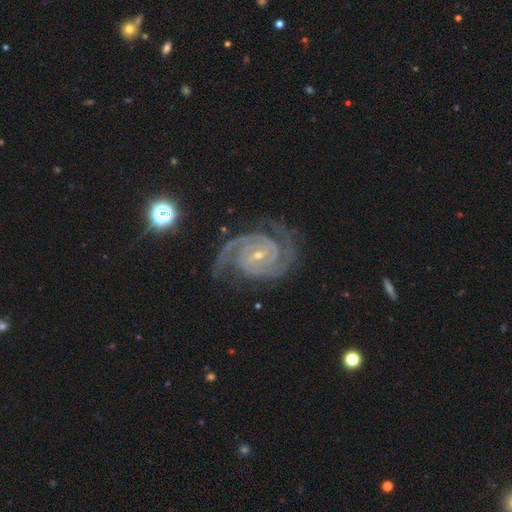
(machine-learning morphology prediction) Smooth or featured? featured or disk (92%)
Edge-on disk? no (98%)
Bar? no (59%)
Spiral arms? yes (99%)
Spiral winding? tight (68%)
Spiral arm count? 2 (64%)
Bulge size? small (79%)
Merging? none (76%)